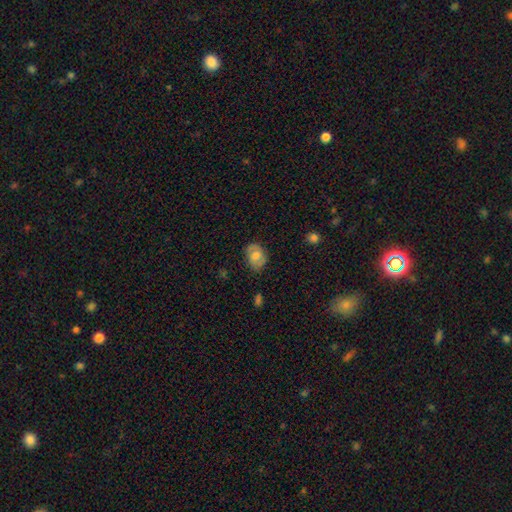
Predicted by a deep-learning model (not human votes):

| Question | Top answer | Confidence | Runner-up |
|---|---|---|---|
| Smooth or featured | smooth | 63% | featured or disk (29%) |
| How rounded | in between | 69% | round (30%) |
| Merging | none | 74% | minor disturbance (20%) |